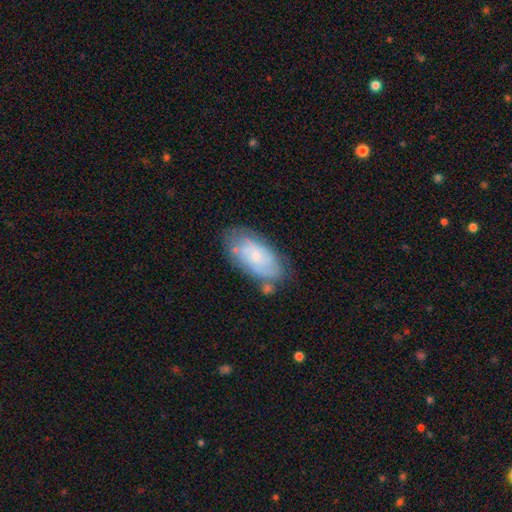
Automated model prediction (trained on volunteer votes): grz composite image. It shows a featured or disk galaxy (54%) with no bar (72%), spiral arms (81%) and a small central bulge (63%). Merging: none (65%).